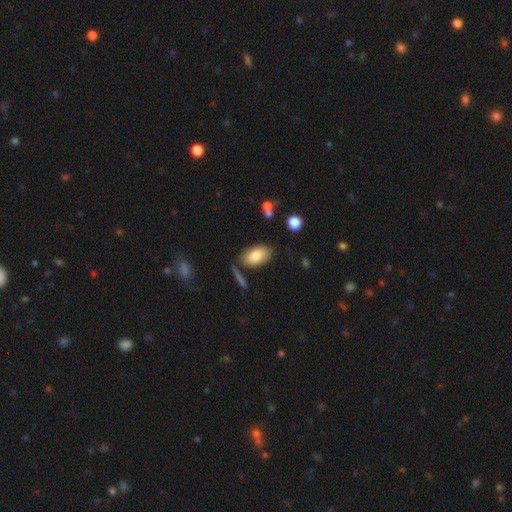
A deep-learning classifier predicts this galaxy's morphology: smooth_or_featured: smooth (p=0.82) [alt: featured or disk p=0.12]
how_rounded: in between (p=0.93) [alt: round p=0.04]
merging: none (p=0.74) [alt: minor disturbance p=0.16]